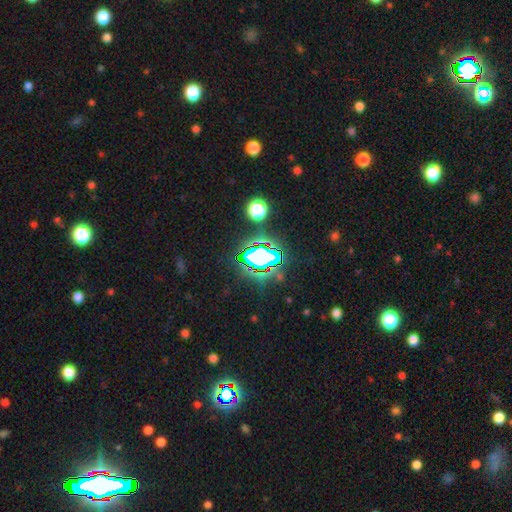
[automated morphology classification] star or artifact 66%, smooth 21%, featured or disk 12%.